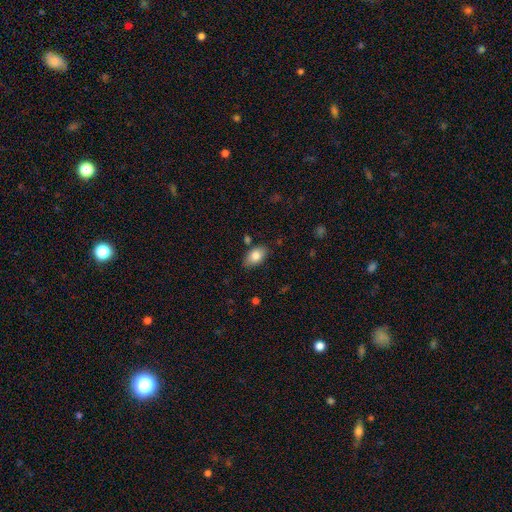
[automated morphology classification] Smooth or featured? Predicted: smooth (p=0.82). How rounded? Predicted: in between (p=0.92). Merging? Predicted: none (p=0.81).